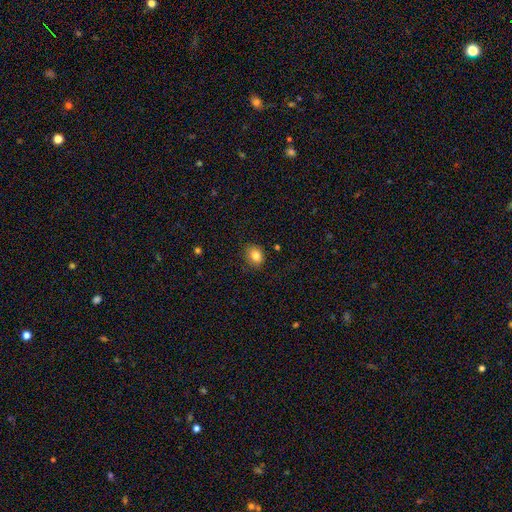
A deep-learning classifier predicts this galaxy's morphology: The model was most divided on "how rounded": round: 54%, in between: 45%, cigar-shaped: 1%. More confident: merging — none (84%); smooth or featured — smooth (84%).